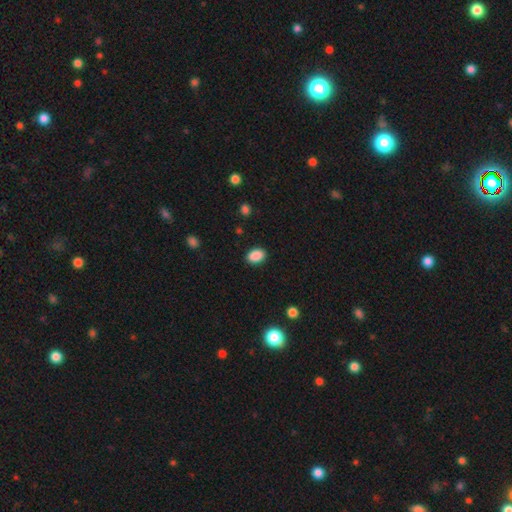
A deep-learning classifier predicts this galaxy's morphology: Q: Smooth or featured?
A: smooth (89%); runner-up: star or artifact (8%)
Q: How rounded?
A: in between (85%); runner-up: round (14%)
Q: Merging?
A: none (89%); runner-up: minor disturbance (8%)